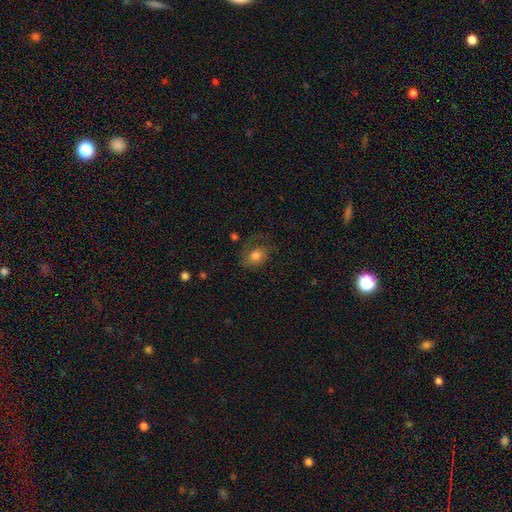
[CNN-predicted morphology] Smooth or featured? smooth (70%)
How rounded? in between (59%)
Merging? none (52%)